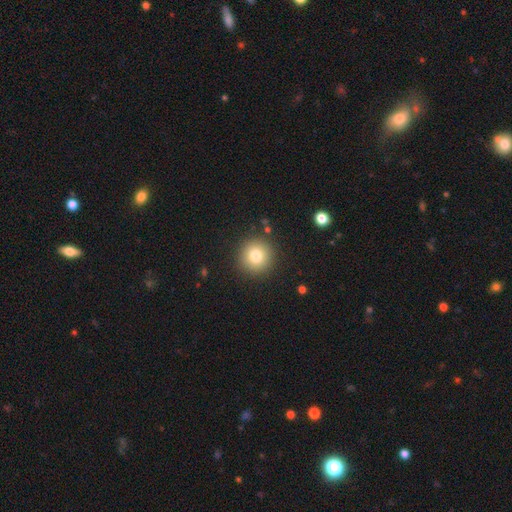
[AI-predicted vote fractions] smooth_or_featured: smooth (p=0.79) [alt: star or artifact p=0.11]
how_rounded: round (p=0.95) [alt: in between p=0.04]
merging: none (p=0.90) [alt: minor disturbance p=0.06]